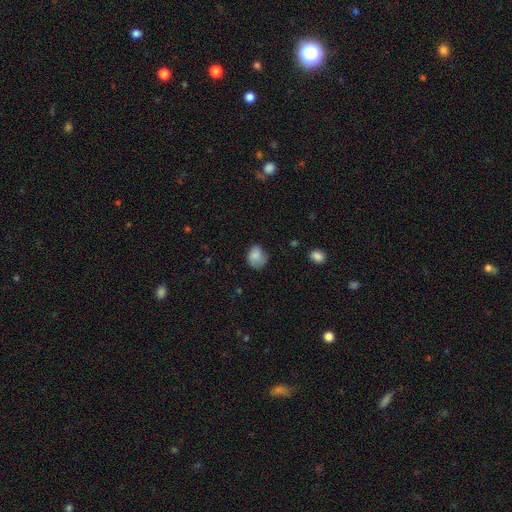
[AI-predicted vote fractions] Morphology: type=smooth (80%); roundness=round (53%); merging=none (53%).